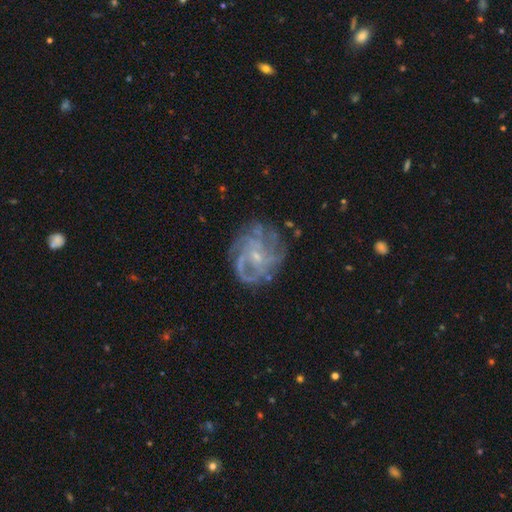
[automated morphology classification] A featured or disk galaxy (85%) with no bar (60%), tight (49%) spiral arms (94%) and a small central bulge (76%).

Vote fractions:
- Smooth or featured? featured or disk: 85% / star or artifact: 8% / smooth: 7%
- Edge-on disk? no: 98% / yes: 2%
- Bar? no: 60% / weak: 34% / strong: 6%
- Spiral arms? yes: 94% / no: 6%
- Spiral winding? tight: 49% / medium: 39% / loose: 12%
- Spiral arm count? can't tell: 28% / 4: 25% / 3: 18% / more than 4: 11% / 2: 11% / 1: 7%
- Bulge size? small: 76% / moderate: 18% / none: 5% / large: 1% / dominant: 1%
- Merging? none: 72% / minor disturbance: 17% / major disturbance: 10% / merger: 2%